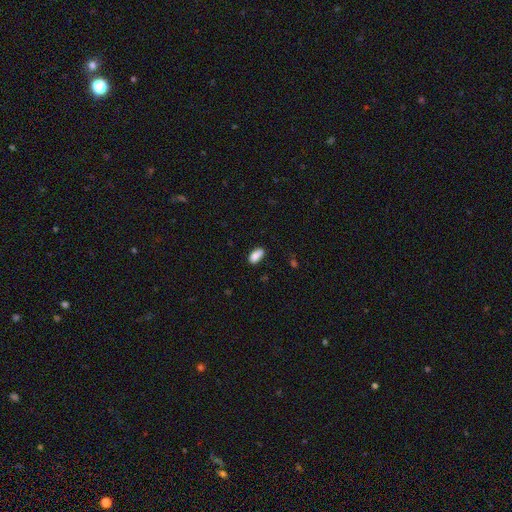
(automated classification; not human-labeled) Smooth or featured?
  - smooth: 86% *
  - star or artifact: 8%
  - featured or disk: 6%
How rounded?
  - in between: 89% *
  - cigar-shaped: 7%
  - round: 3%
Merging?
  - none: 71% *
  - minor disturbance: 21%
  - major disturbance: 4%
  - merger: 4%